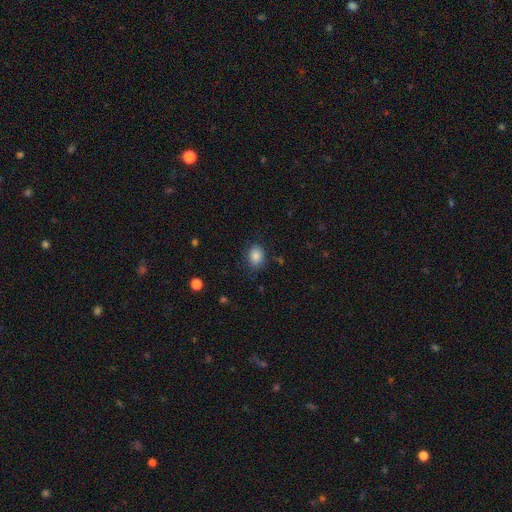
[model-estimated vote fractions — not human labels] smooth 86%, star or artifact 9%, featured or disk 5%. Down the decision tree: how rounded — in between (59%); merging — none (79%).